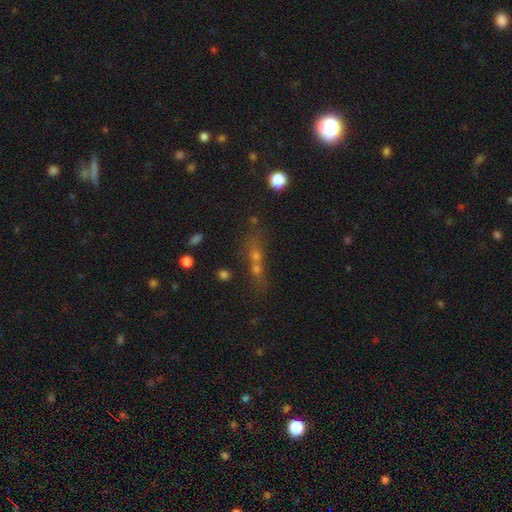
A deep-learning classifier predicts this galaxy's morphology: smooth_or_featured: smooth (p=0.44) [alt: star or artifact p=0.32]
merging: merger (p=0.46) [alt: none p=0.36]